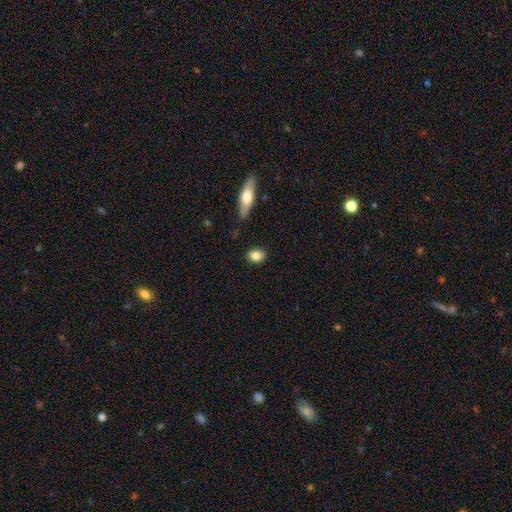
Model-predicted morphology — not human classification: smooth_or_featured: smooth (p=0.84) [alt: featured or disk p=0.08]
how_rounded: in between (p=0.62) [alt: round p=0.36]
merging: none (p=0.84) [alt: minor disturbance p=0.11]